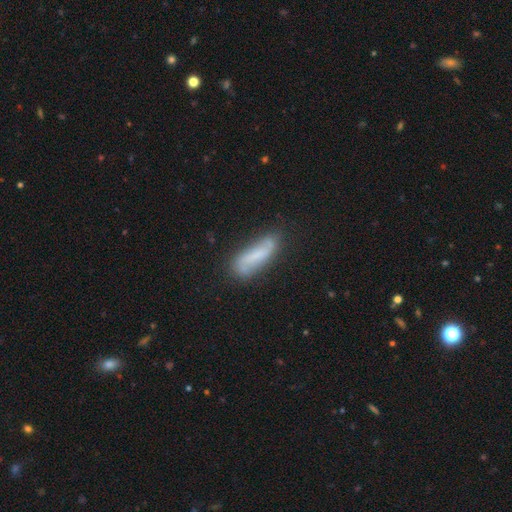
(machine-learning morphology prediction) The model was most divided on "smooth or featured": smooth: 51%, featured or disk: 40%, star or artifact: 8%. More confident: merging — none (67%); how rounded — cigar-shaped (59%).